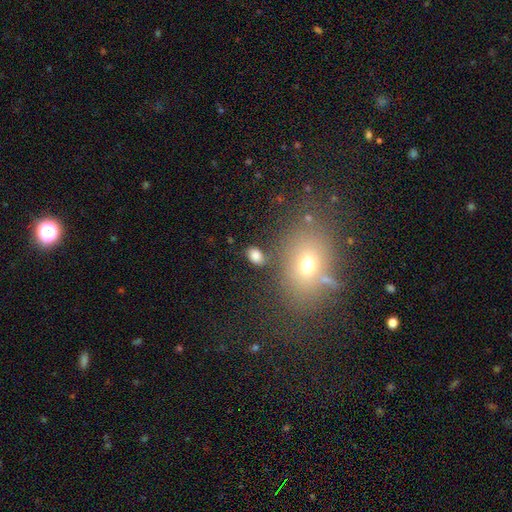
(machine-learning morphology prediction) smooth_or_featured: smooth (p=0.80) [alt: star or artifact p=0.12]
how_rounded: in between (p=0.82) [alt: round p=0.17]
merging: none (p=0.76) [alt: minor disturbance p=0.13]